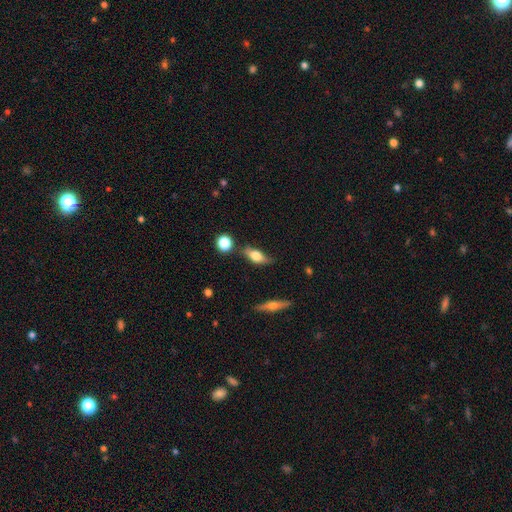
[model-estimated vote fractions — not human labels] The model was most divided on "smooth or featured": smooth: 59%, featured or disk: 32%, star or artifact: 8%. More confident: how rounded — in between (70%); merging — none (65%).